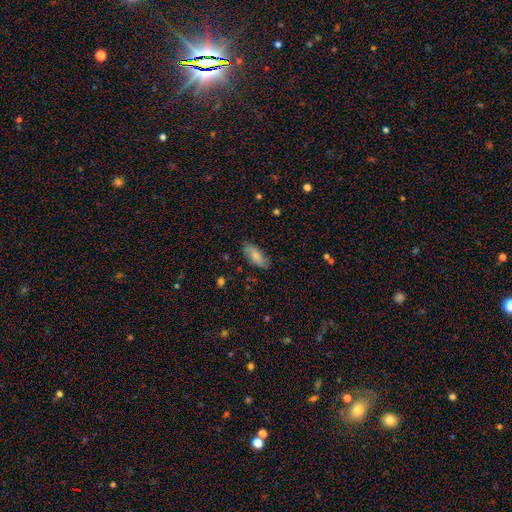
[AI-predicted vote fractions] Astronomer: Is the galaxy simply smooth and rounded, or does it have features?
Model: smooth — 77%.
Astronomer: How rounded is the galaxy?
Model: in between — 82%.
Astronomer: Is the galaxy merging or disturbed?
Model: none — 83%.